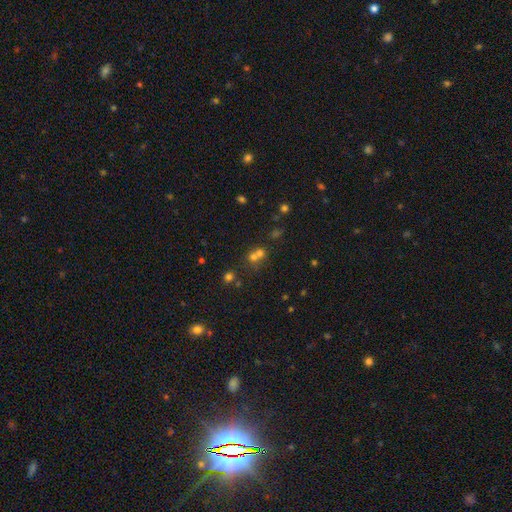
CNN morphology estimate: This appears to be a smooth galaxy with no disk features (48%). Merging: none (47%).